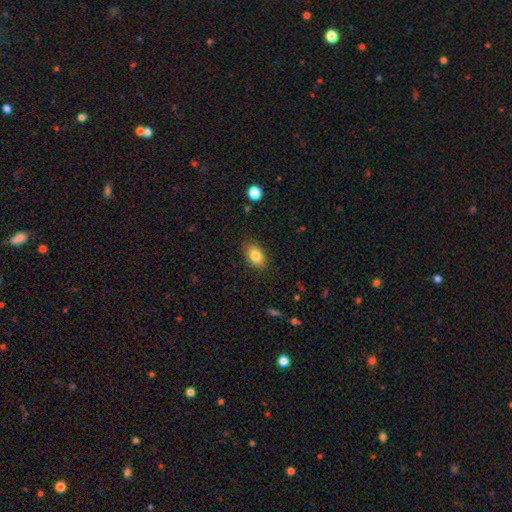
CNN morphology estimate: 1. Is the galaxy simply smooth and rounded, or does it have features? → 83% smooth, 9% featured or disk, 8% star or artifact.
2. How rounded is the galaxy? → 86% in between, 12% round, 2% cigar-shaped.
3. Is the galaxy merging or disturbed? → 86% none, 10% minor disturbance, 2% major disturbance, 1% merger.